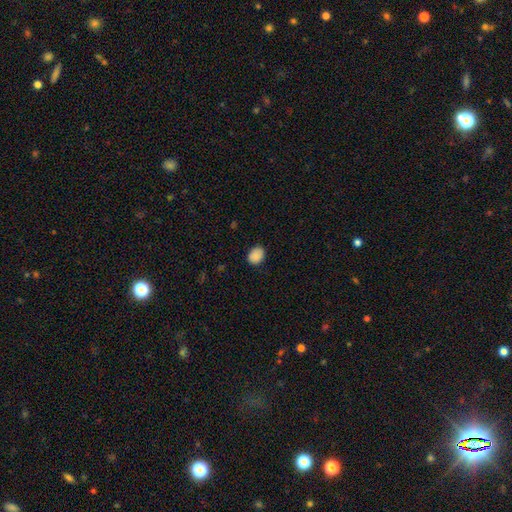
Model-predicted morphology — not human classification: Smooth or featured?
  - smooth: 88% *
  - star or artifact: 8%
  - featured or disk: 4%
How rounded?
  - in between: 57% *
  - round: 42%
  - cigar-shaped: 1%
Merging?
  - none: 80% *
  - minor disturbance: 16%
  - major disturbance: 3%
  - merger: 1%